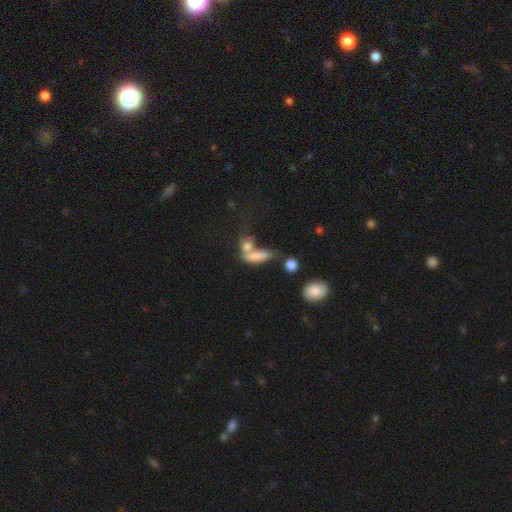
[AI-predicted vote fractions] Smooth or featured?
  - smooth: 70% *
  - featured or disk: 20%
  - star or artifact: 11%
How rounded?
  - in between: 55% *
  - cigar-shaped: 37%
  - round: 8%
Merging?
  - merger: 49% *
  - none: 27%
  - minor disturbance: 13%
  - major disturbance: 11%